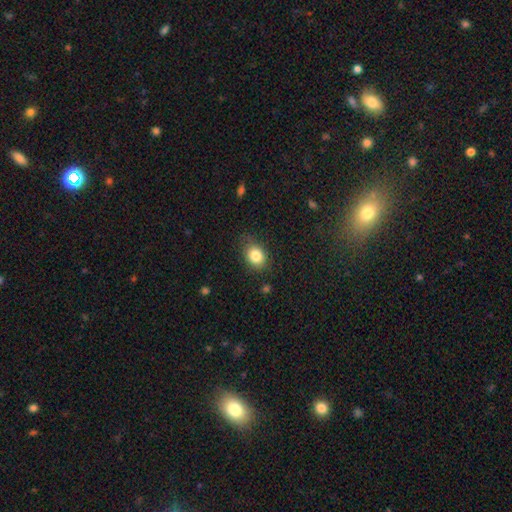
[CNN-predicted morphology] Smooth or featured: smooth — 83% (star or artifact — 10%)
How rounded: in between — 50% (round — 49%)
Merging: none — 75% (minor disturbance — 18%)